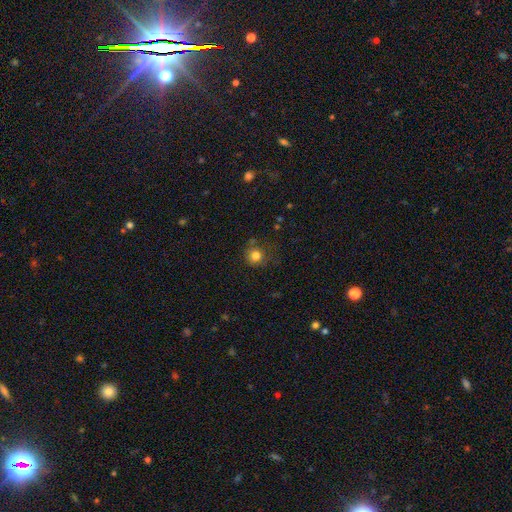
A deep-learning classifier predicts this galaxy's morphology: Smooth or featured? Predicted: smooth (p=0.80). How rounded? Predicted: round (p=0.90). Merging? Predicted: none (p=0.75).